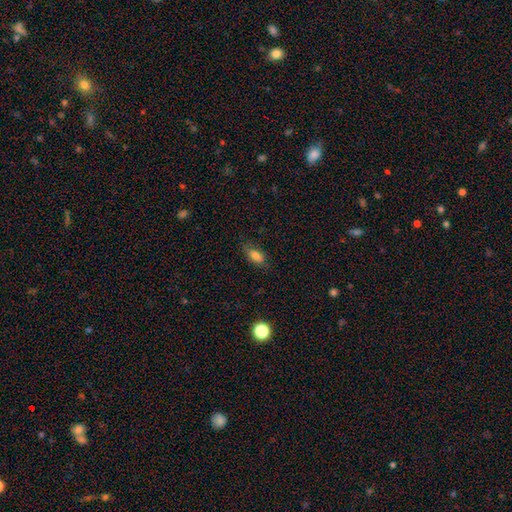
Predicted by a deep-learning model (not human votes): A smooth galaxy with no disk features (78%) that is in between round and cigar-shaped (85%).

Vote fractions:
- Smooth or featured? smooth: 78% / featured or disk: 12% / star or artifact: 10%
- How rounded? in between: 85% / cigar-shaped: 8% / round: 7%
- Merging? none: 72% / minor disturbance: 21% / major disturbance: 5% / merger: 1%